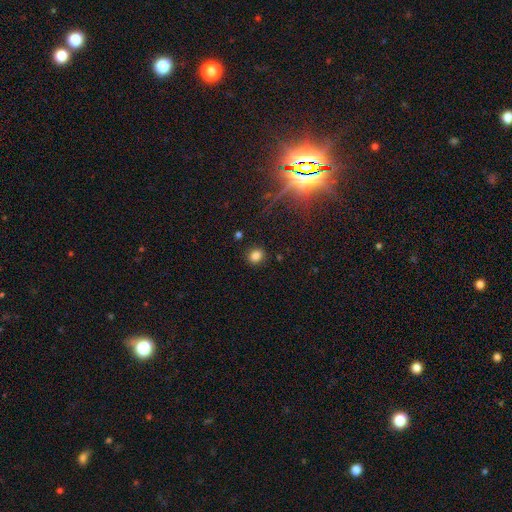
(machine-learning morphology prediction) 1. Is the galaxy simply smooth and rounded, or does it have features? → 81% smooth, 14% star or artifact, 5% featured or disk.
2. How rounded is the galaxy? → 65% round, 33% in between, 1% cigar-shaped.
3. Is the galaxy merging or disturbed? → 87% none, 8% minor disturbance, 3% major disturbance, 2% merger.